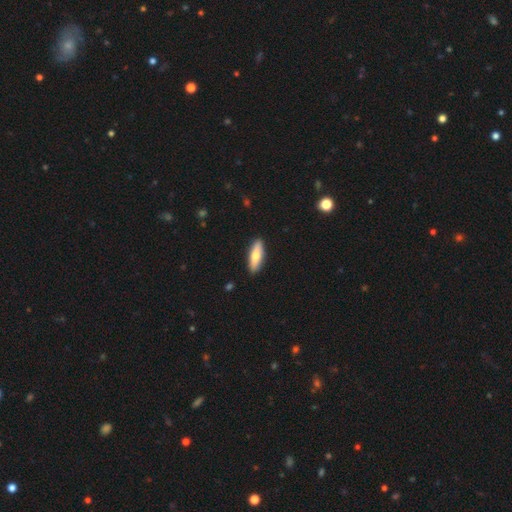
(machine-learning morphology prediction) This is likely a smooth galaxy (69%). How rounded: possibly in between (50%). Merging: clearly none (90%).